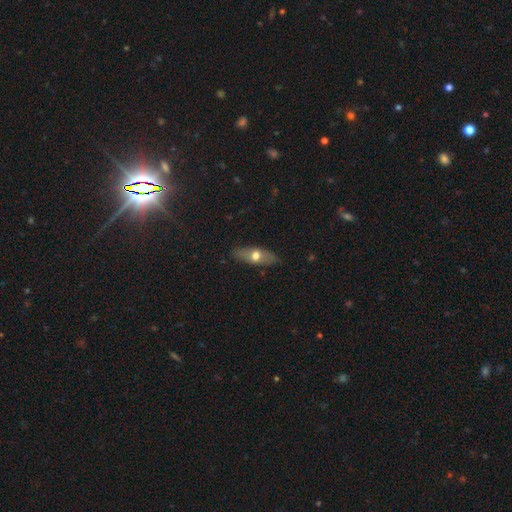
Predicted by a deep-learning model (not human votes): smooth 54%, featured or disk 40%, star or artifact 6%. Down the decision tree: how rounded — in between (64%); merging — none (85%).